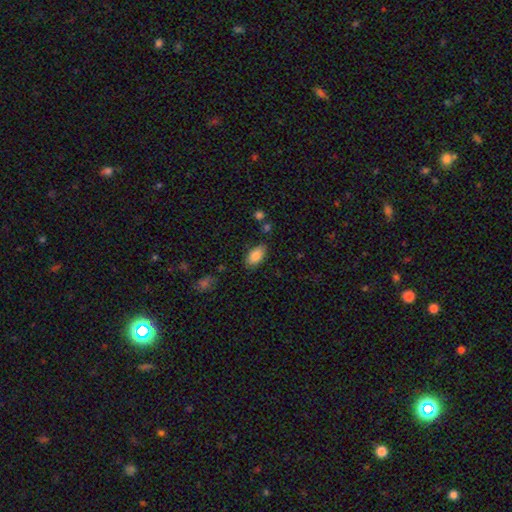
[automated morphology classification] A smooth galaxy with no disk features (84%) that is in between round and cigar-shaped (92%).

Vote fractions:
- Smooth or featured? smooth: 84% / featured or disk: 9% / star or artifact: 7%
- How rounded? in between: 92% / round: 5% / cigar-shaped: 3%
- Merging? none: 80% / minor disturbance: 14% / major disturbance: 3% / merger: 3%